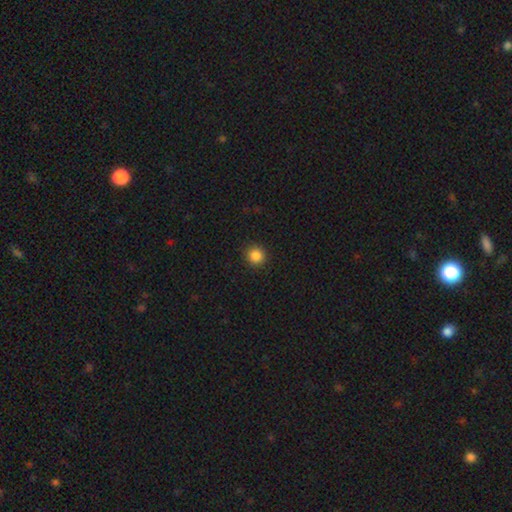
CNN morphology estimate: This appears to be a smooth galaxy with no disk features (86%) that is round (94%). Merging: none (92%).